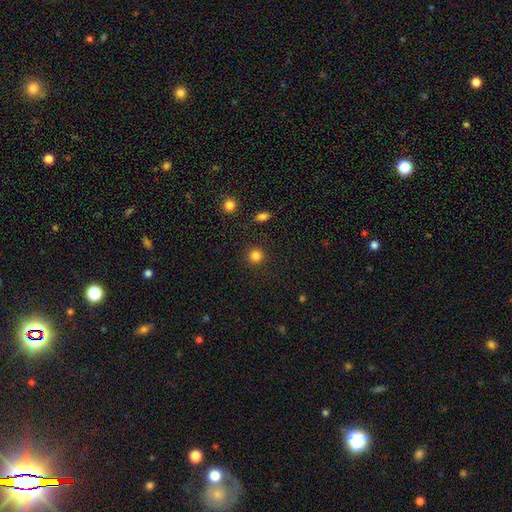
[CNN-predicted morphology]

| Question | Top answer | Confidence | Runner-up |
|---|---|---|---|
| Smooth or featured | smooth | 84% | star or artifact (12%) |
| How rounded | round | 93% | in between (6%) |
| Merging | none | 91% | minor disturbance (6%) |